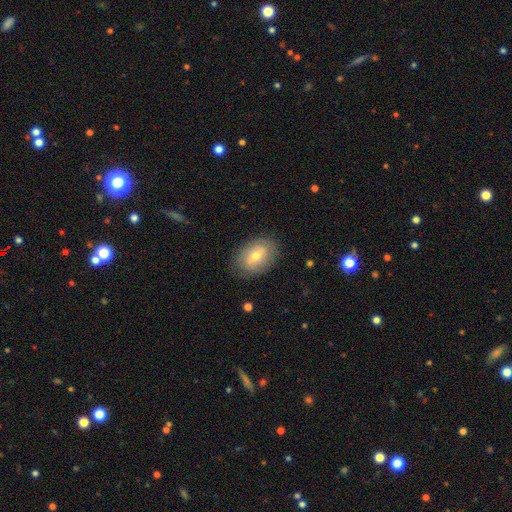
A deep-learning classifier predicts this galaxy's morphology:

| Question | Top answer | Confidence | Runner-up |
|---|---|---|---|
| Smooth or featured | smooth | 56% | featured or disk (37%) |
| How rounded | in between | 84% | round (15%) |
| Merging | none | 81% | minor disturbance (14%) |